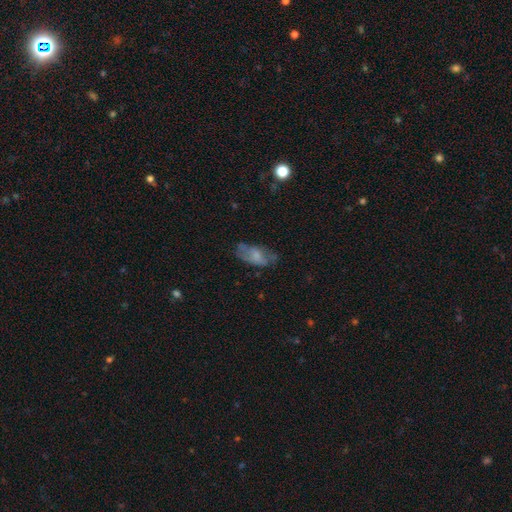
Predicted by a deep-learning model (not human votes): A smooth galaxy with no disk features (60%) that is in between round and cigar-shaped (88%). Merging: none (53%).